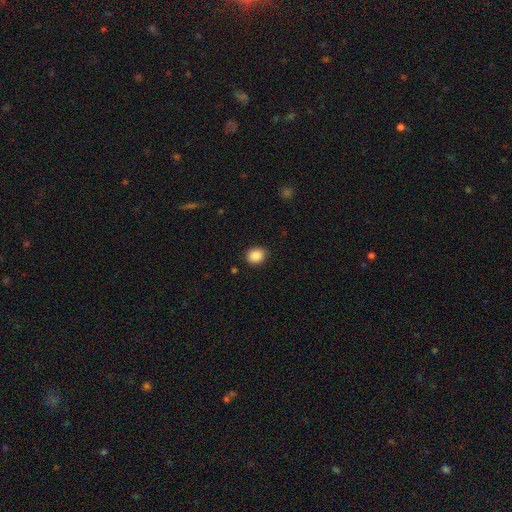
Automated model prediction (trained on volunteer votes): This appears to be a smooth galaxy with no disk features (88%) that is round (56%). Merging: none (88%).